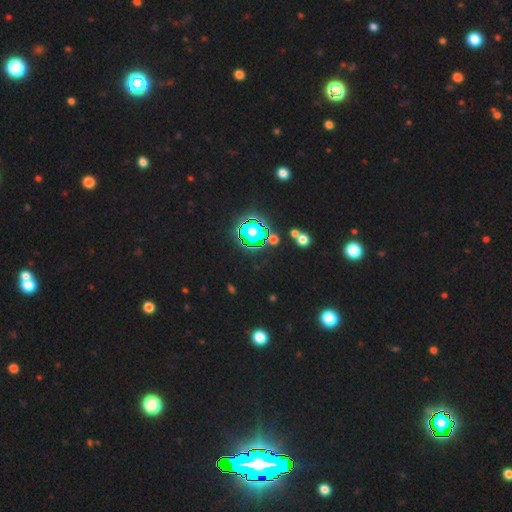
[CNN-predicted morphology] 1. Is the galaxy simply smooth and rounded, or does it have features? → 83% star or artifact, 10% smooth, 7% featured or disk.